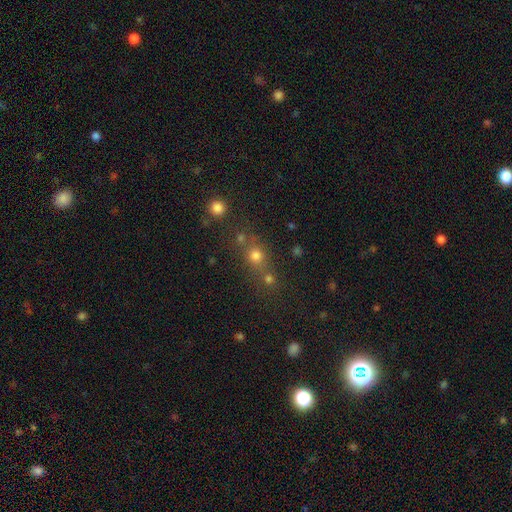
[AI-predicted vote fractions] Smooth or featured: smooth — 70% (star or artifact — 20%)
How rounded: round — 80% (in between — 18%)
Merging: none — 56% (merger — 29%)